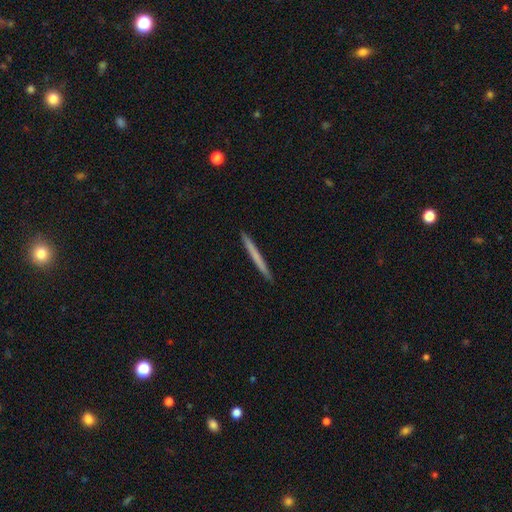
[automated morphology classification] smooth 60%, featured or disk 35%, star or artifact 5%. Down the decision tree: how rounded — cigar-shaped (97%); merging — none (93%).